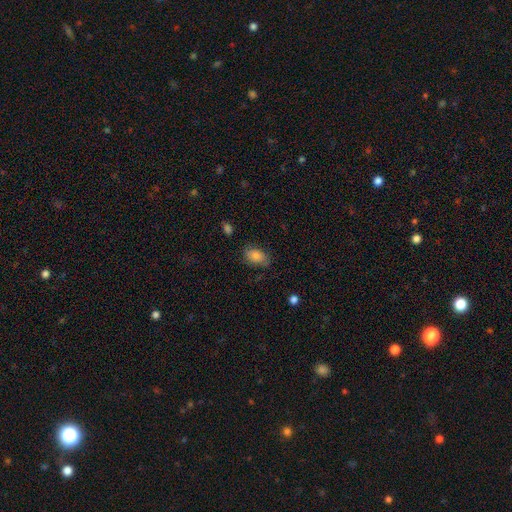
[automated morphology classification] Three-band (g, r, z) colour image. It shows a smooth galaxy with no disk features (84%) that is in between round and cigar-shaped (88%). Merging: none (76%).